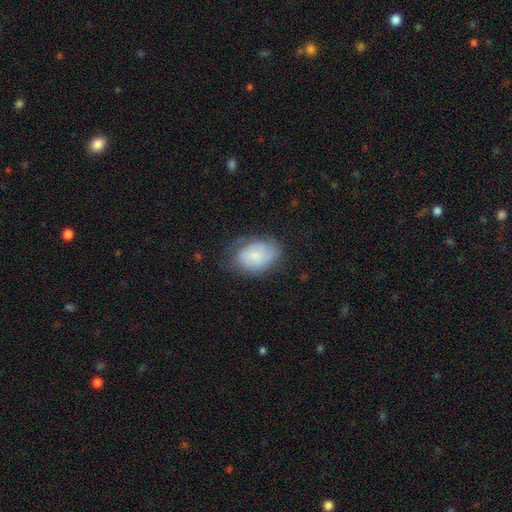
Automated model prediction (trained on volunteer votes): Smooth or featured: smooth — 66% (featured or disk — 26%)
How rounded: in between — 81% (round — 18%)
Merging: none — 61% (minor disturbance — 27%)